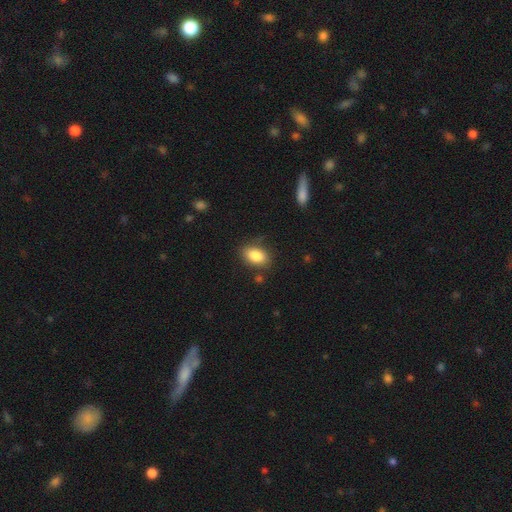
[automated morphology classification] A smooth galaxy with no disk features (86%) that is in between round and cigar-shaped (89%). Merging: none (79%).